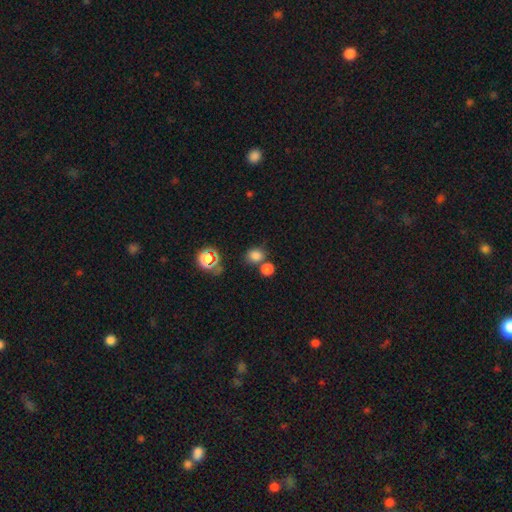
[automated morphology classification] Overall: smooth (78%). How rounded: round (74%). Merging: none (61%; merger 23%).